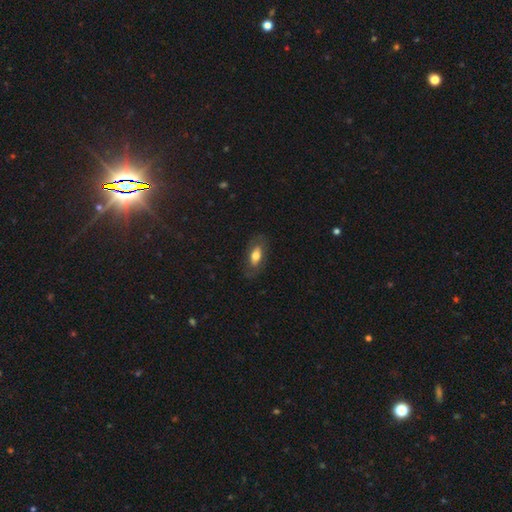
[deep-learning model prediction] smooth_or_featured: smooth (p=0.68) [alt: featured or disk p=0.25]
how_rounded: in between (p=0.85) [alt: cigar-shaped p=0.11]
merging: none (p=0.79) [alt: minor disturbance p=0.14]